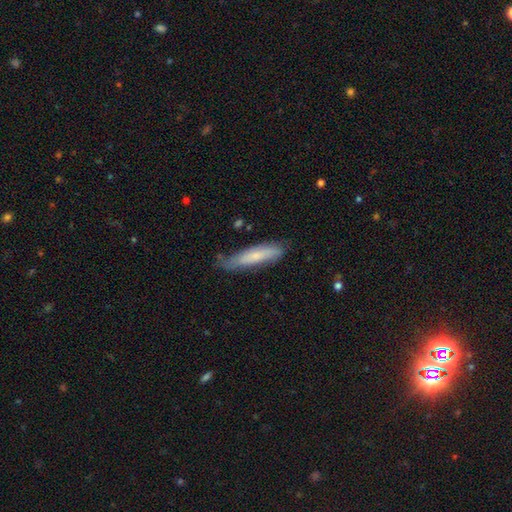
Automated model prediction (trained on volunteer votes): A smooth galaxy with no disk features (64%) that is cigar-shaped (78%).

Vote fractions:
- Smooth or featured? smooth: 64% / featured or disk: 30% / star or artifact: 6%
- How rounded? cigar-shaped: 78% / in between: 20% / round: 1%
- Merging? none: 67% / minor disturbance: 26% / major disturbance: 5% / merger: 2%